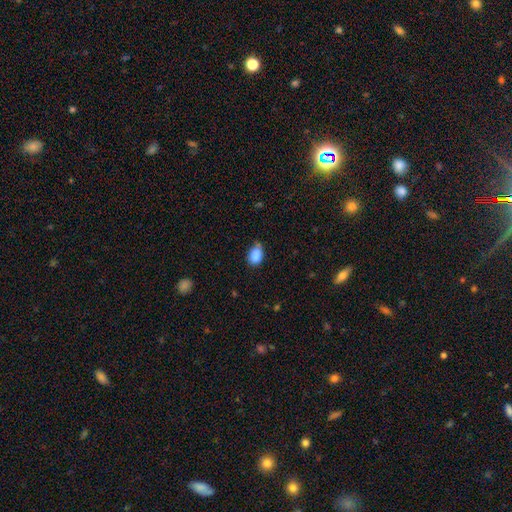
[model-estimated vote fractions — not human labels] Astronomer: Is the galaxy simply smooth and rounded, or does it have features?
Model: smooth — 87%.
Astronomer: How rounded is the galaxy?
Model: in between — 79%.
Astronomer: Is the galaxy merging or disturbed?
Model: none — 57% (runner-up: minor disturbance, 33%).